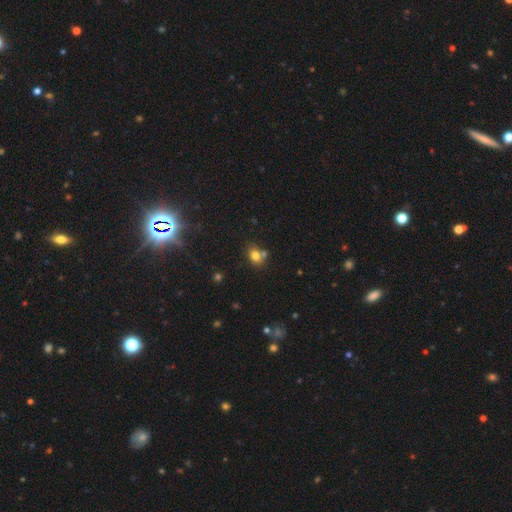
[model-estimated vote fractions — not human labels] smooth-or-featured: smooth: 76% | star or artifact: 13% | featured or disk: 10%
  how-rounded: round: 51% | in between: 48% | cigar-shaped: 1%
  merging: none: 53% | merger: 29% | minor disturbance: 13% | major disturbance: 4%